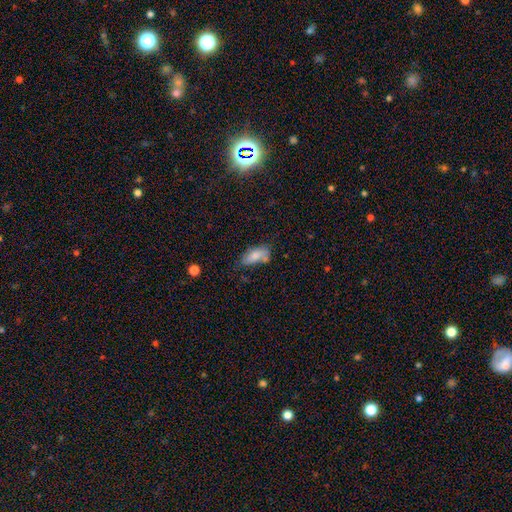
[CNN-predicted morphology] smooth_or_featured: smooth (p=0.78) [alt: featured or disk p=0.14]
how_rounded: in between (p=0.82) [alt: cigar-shaped p=0.15]
merging: none (p=0.52) [alt: minor disturbance p=0.26]